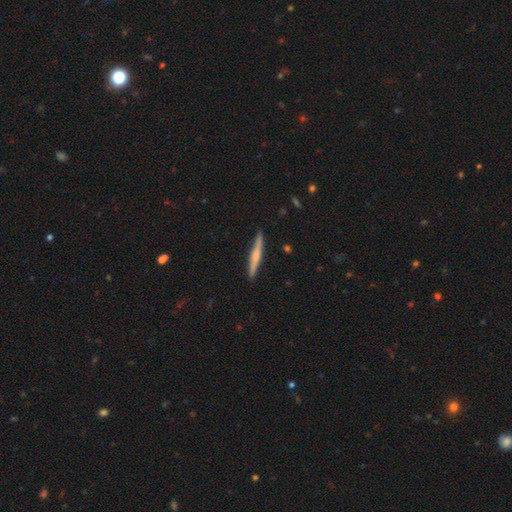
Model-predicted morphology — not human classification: smooth-or-featured: featured or disk: 48% | smooth: 46% | star or artifact: 6%
  merging: none: 90% | minor disturbance: 7% | major disturbance: 1% | merger: 1%